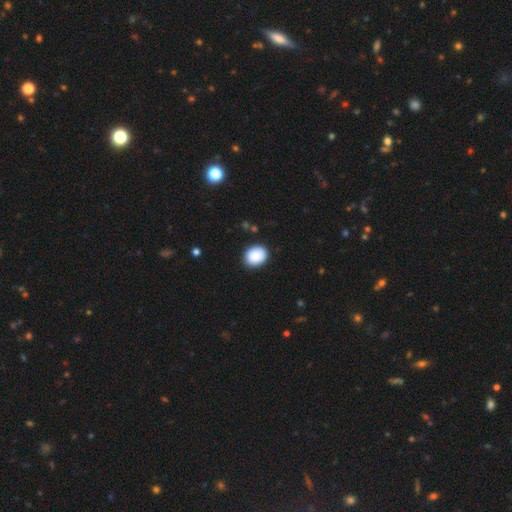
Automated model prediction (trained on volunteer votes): Smooth or featured? smooth (89%)
How rounded? round (53%)
Merging? none (88%)